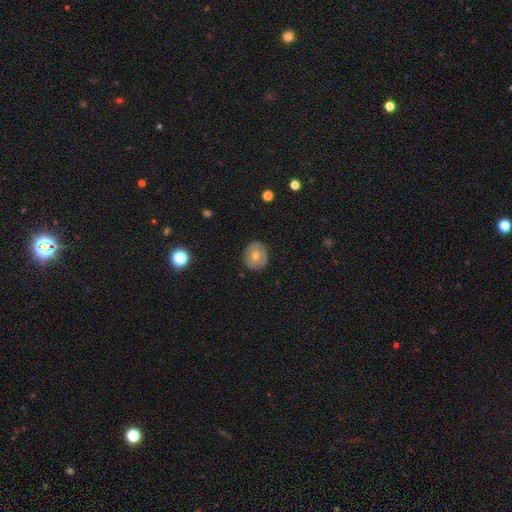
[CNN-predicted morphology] Smooth or featured: smooth — 55% (featured or disk — 36%)
How rounded: round — 87% (in between — 12%)
Merging: none — 86% (minor disturbance — 10%)